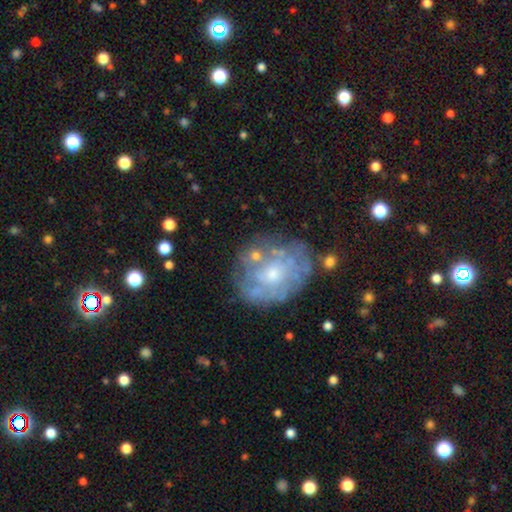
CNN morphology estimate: featured or disk 61%, smooth 28%, star or artifact 11%. Down the decision tree: edge-on disk — no (97%); bar — no (87%); spiral arms — no (69%); bulge size — moderate (44%); merging — none (53%).